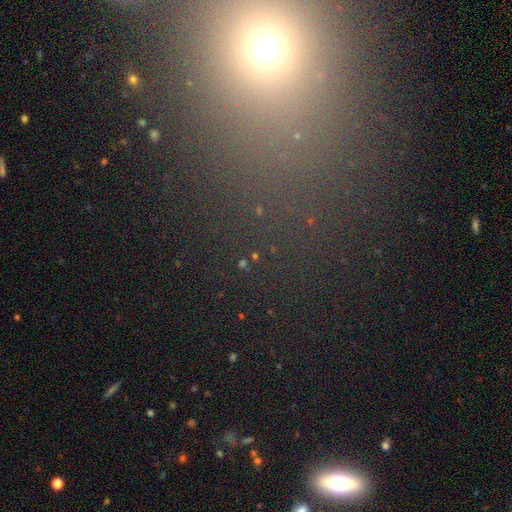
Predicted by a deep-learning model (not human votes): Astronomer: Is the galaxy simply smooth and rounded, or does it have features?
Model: star or artifact — 51% (runner-up: smooth, 37%).